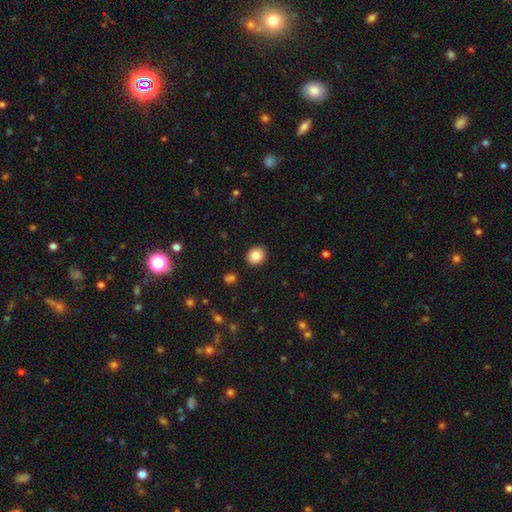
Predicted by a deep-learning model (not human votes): The model was most divided on "how rounded": round: 71%, in between: 29%, cigar-shaped: 1%. More confident: merging — none (90%); smooth or featured — smooth (84%).